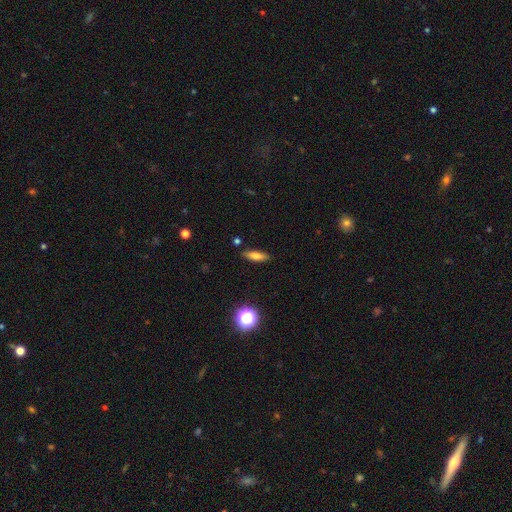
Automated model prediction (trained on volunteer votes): This appears to be a smooth galaxy with no disk features (71%) that is cigar-shaped (52%). Merging: none (87%).